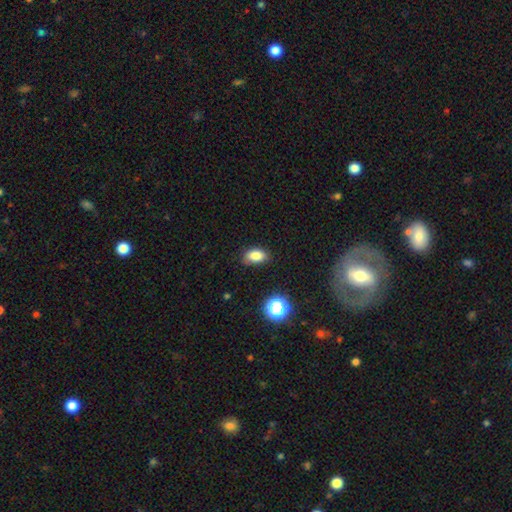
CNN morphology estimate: Overall: smooth (82%). How rounded: in between (87%). Merging: none (77%).